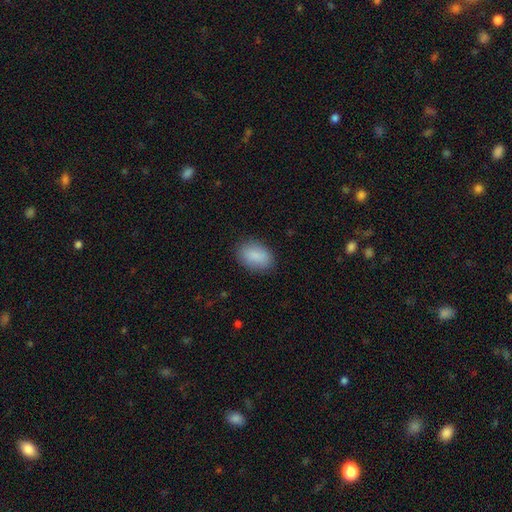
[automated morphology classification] A smooth galaxy with no disk features (88%) that is in between round and cigar-shaped (86%). Merging: none (85%).